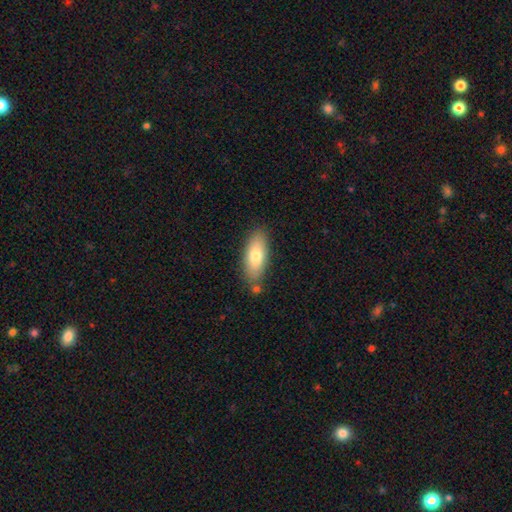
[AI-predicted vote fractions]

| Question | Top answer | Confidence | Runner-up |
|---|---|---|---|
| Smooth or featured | smooth | 75% | featured or disk (19%) |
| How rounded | in between | 78% | cigar-shaped (19%) |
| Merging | none | 78% | minor disturbance (13%) |